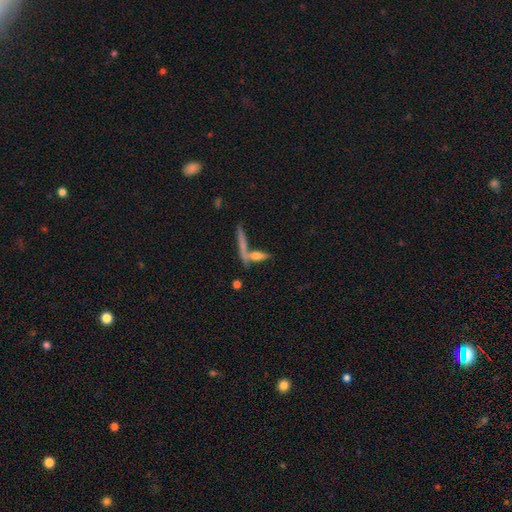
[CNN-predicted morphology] This is possibly a smooth galaxy (56%). How rounded: likely cigar-shaped (71%). Merging: possibly none (54%).